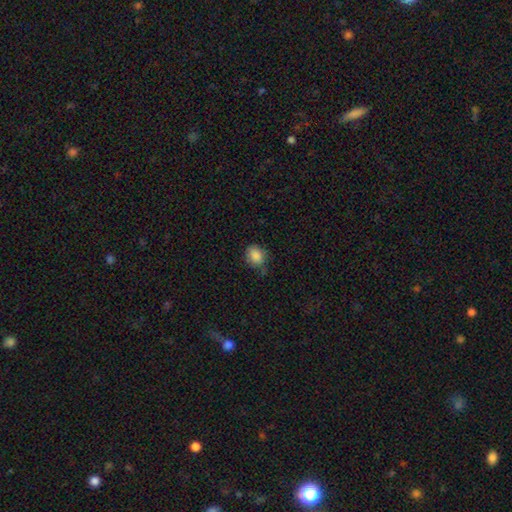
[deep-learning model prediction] The model was most divided on "how rounded": in between: 51%, round: 48%, cigar-shaped: 1%. More confident: smooth or featured — smooth (86%); merging — none (67%).